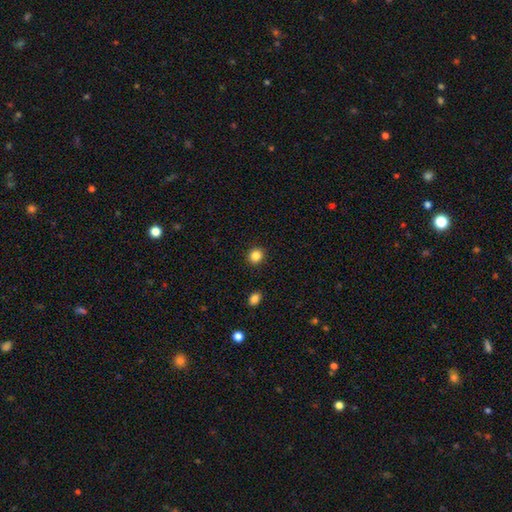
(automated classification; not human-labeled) Smooth or featured? Predicted: smooth (p=0.85). How rounded? Predicted: round (p=0.85). Merging? Predicted: none (p=0.92).